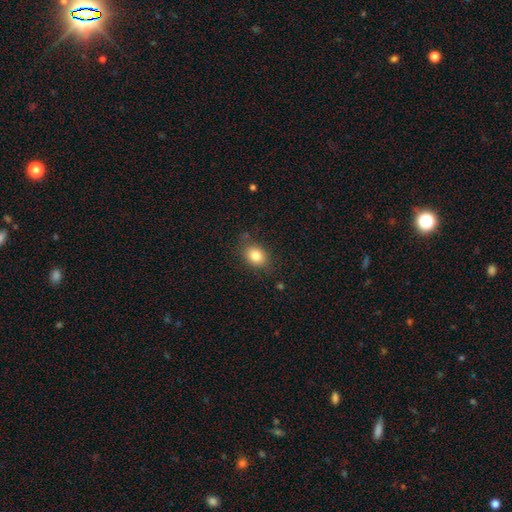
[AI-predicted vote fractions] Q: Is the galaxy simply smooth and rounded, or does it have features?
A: smooth — 83%.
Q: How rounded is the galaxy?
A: in between — 67%.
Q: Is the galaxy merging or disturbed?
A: none — 78%.